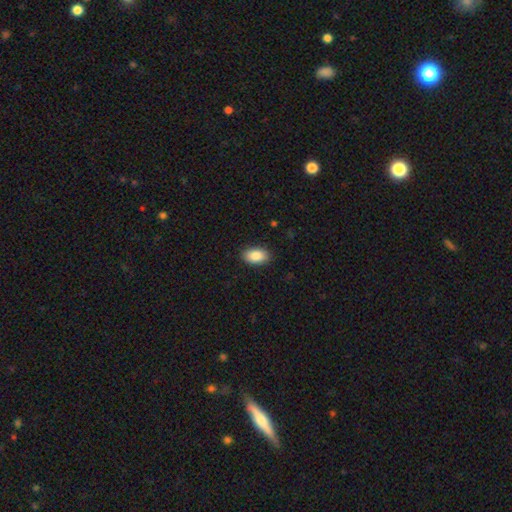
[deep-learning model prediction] smooth_or_featured: smooth (p=0.88) [alt: star or artifact p=0.07]
how_rounded: in between (p=0.93) [alt: round p=0.06]
merging: none (p=0.89) [alt: minor disturbance p=0.08]